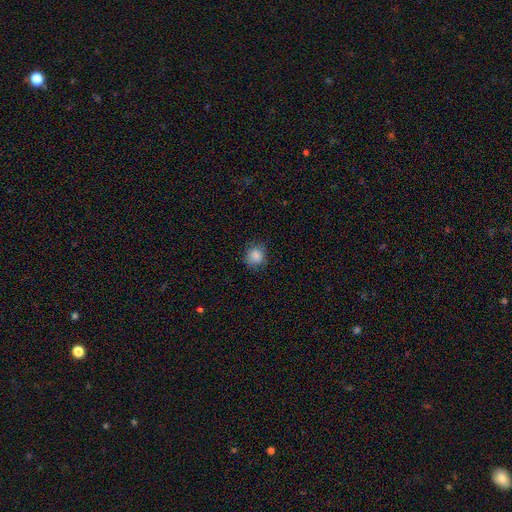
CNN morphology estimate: Overall: smooth (86%). How rounded: round (79%). Merging: none (80%).